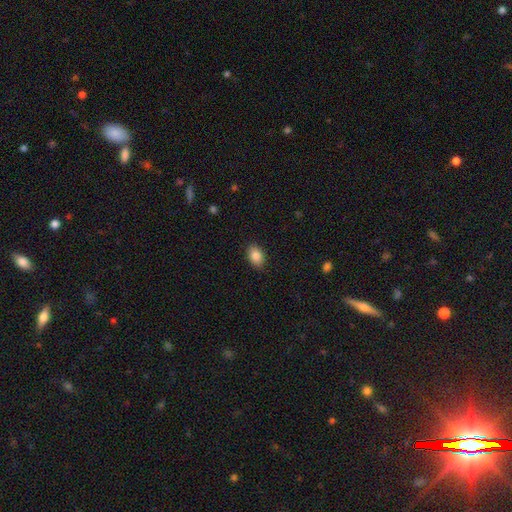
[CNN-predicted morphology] smooth-or-featured: smooth: 86% | star or artifact: 8% | featured or disk: 6%
  how-rounded: in between: 85% | round: 14% | cigar-shaped: 1%
  merging: none: 88% | minor disturbance: 9% | major disturbance: 2% | merger: 1%